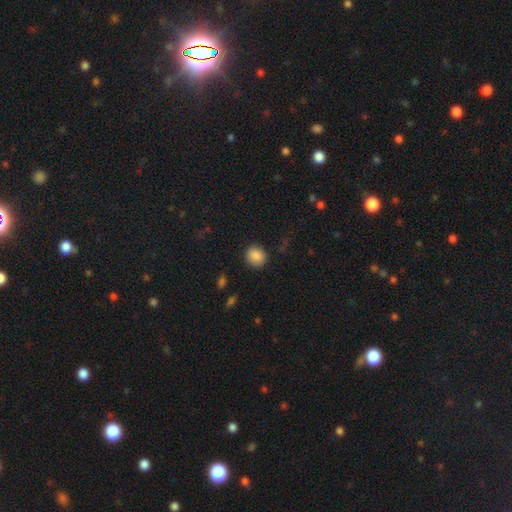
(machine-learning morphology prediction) Q: Smooth or featured?
A: smooth (88%); runner-up: star or artifact (8%)
Q: How rounded?
A: round (75%); runner-up: in between (24%)
Q: Merging?
A: none (86%); runner-up: minor disturbance (9%)